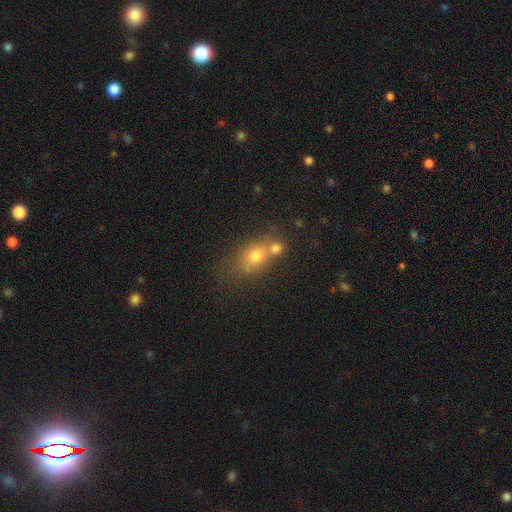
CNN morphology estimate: Smooth or featured: smooth — 70% (featured or disk — 17%)
How rounded: in between — 63% (round — 34%)
Merging: merger — 44% (none — 38%)